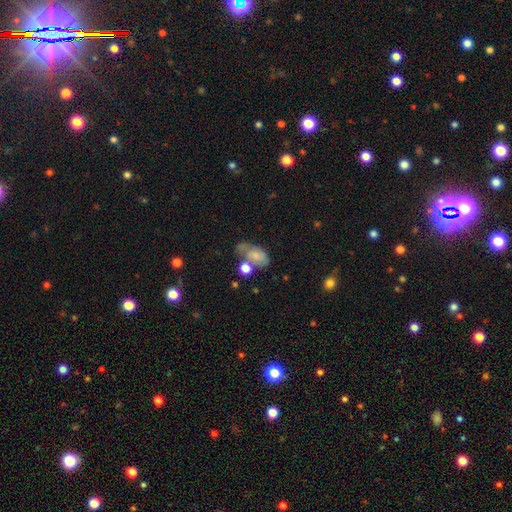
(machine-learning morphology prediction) type=smooth (58%); roundness=in between (84%); merging=none (28%).